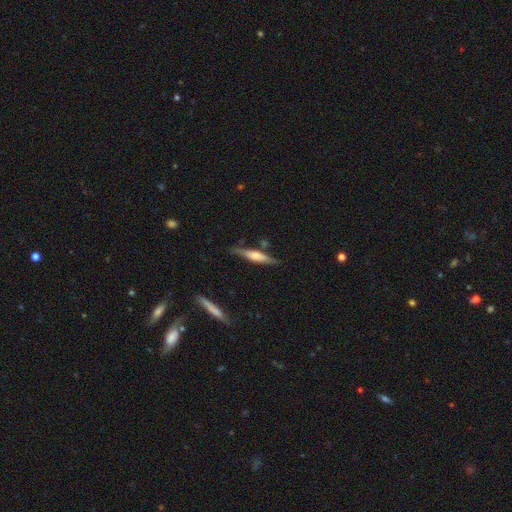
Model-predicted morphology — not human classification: Q: Smooth or featured?
A: featured or disk (54%); runner-up: smooth (40%)
Q: Edge-on disk?
A: yes (94%); runner-up: no (6%)
Q: Edge-on bulge?
A: rounded (64%); runner-up: boxy (23%)
Q: Merging?
A: none (78%); runner-up: minor disturbance (14%)